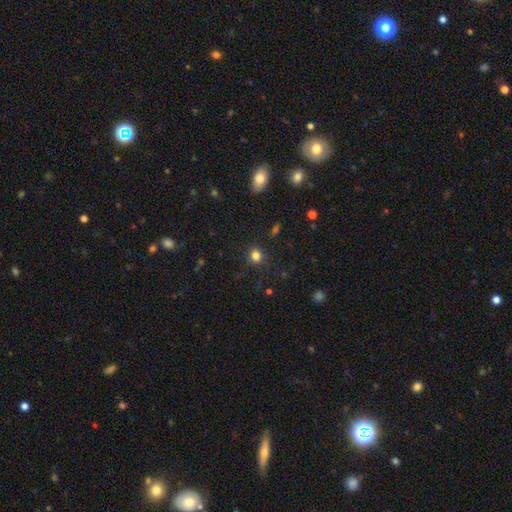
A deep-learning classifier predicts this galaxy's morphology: Smooth or featured?
  - smooth: 80% *
  - star or artifact: 15%
  - featured or disk: 5%
How rounded?
  - round: 75% *
  - in between: 24%
  - cigar-shaped: 1%
Merging?
  - none: 82% *
  - minor disturbance: 12%
  - major disturbance: 4%
  - merger: 2%